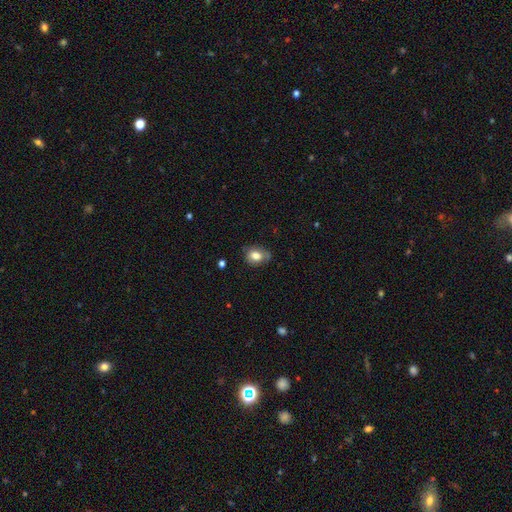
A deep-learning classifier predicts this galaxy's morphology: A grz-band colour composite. It shows a smooth galaxy with no disk features (77%) that is in between round and cigar-shaped (58%). Merging: none (64%).